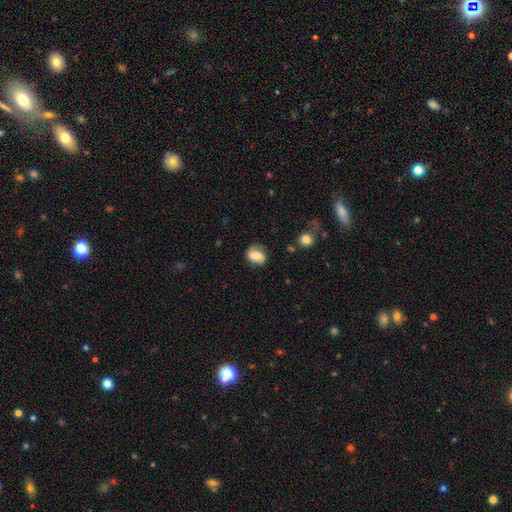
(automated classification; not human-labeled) smooth-or-featured: smooth: 49% | featured or disk: 42% | star or artifact: 9%
  merging: none: 65% | minor disturbance: 23% | major disturbance: 8% | merger: 4%